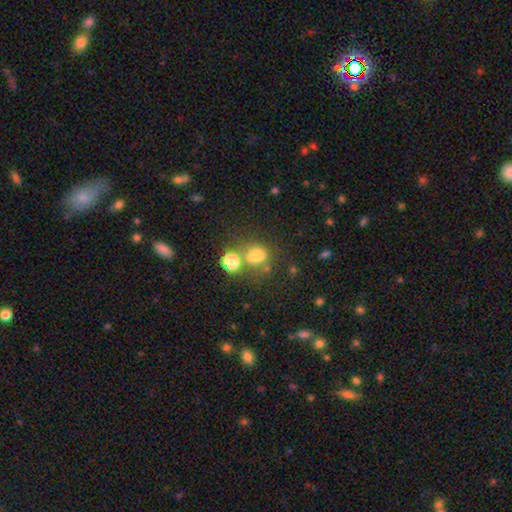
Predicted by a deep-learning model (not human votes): Smooth or featured? smooth (70%)
How rounded? round (53%)
Merging? none (47%)